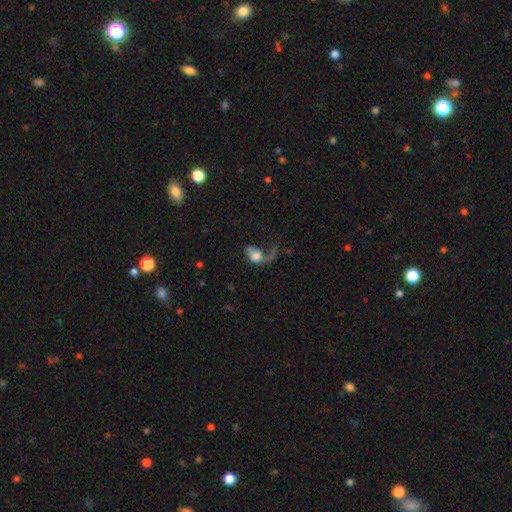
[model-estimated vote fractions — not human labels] smooth 49%, featured or disk 42%, star or artifact 9%. Down the decision tree: merging — major disturbance (60%).